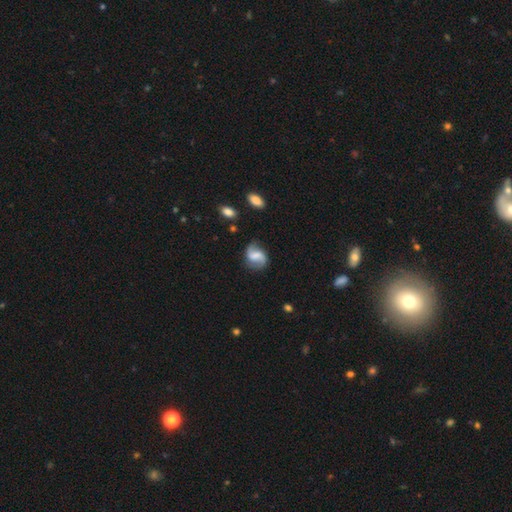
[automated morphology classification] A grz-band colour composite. It shows a featured or disk galaxy (73%) with a weak bar (49%), 2 (90%) loose (52%) spiral arms (94%) and no central bulge (30%). Merging: none (75%).